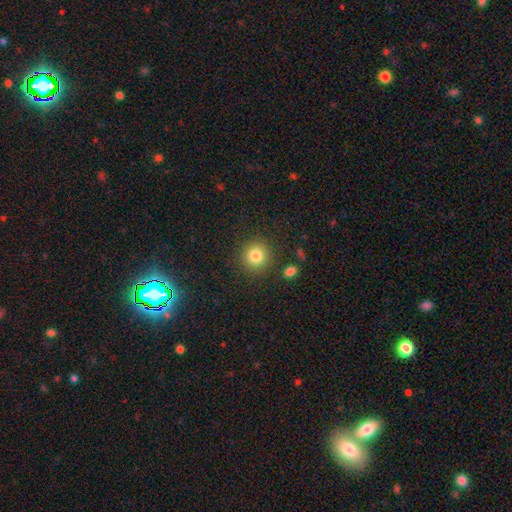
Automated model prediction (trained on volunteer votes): Q: Smooth or featured?
A: smooth (83%); runner-up: star or artifact (11%)
Q: How rounded?
A: round (91%); runner-up: in between (8%)
Q: Merging?
A: none (87%); runner-up: minor disturbance (7%)